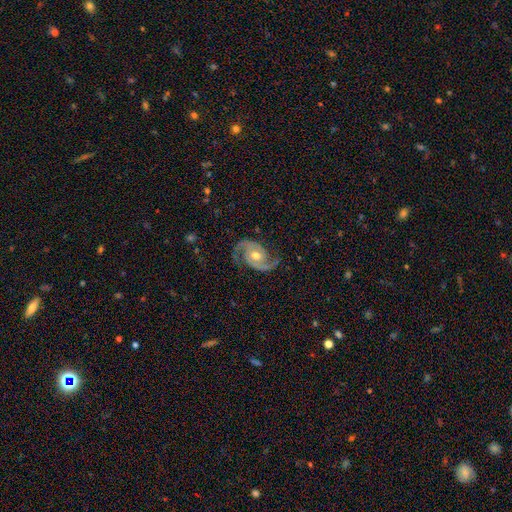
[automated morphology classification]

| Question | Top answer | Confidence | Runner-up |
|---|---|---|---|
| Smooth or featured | featured or disk | 92% | star or artifact (4%) |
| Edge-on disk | no | 98% | yes (2%) |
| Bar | no | 64% | weak (28%) |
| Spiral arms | yes | 98% | no (2%) |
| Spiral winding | medium | 56% | tight (29%) |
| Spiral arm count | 2 | 94% | can't tell (2%) |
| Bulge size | moderate | 78% | small (14%) |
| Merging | none | 80% | minor disturbance (14%) |